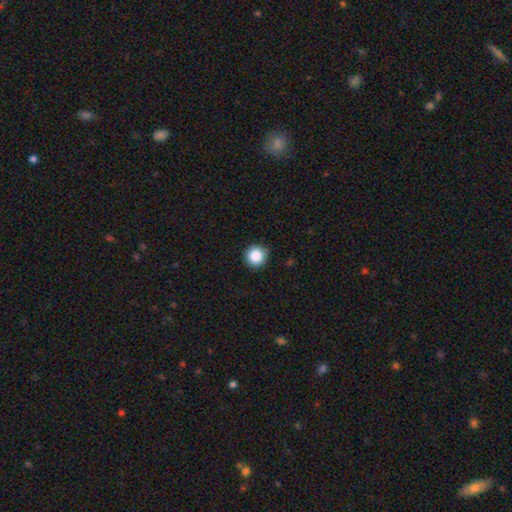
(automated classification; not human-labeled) A smooth galaxy with no disk features (86%) that is round (95%). Merging: none (90%).